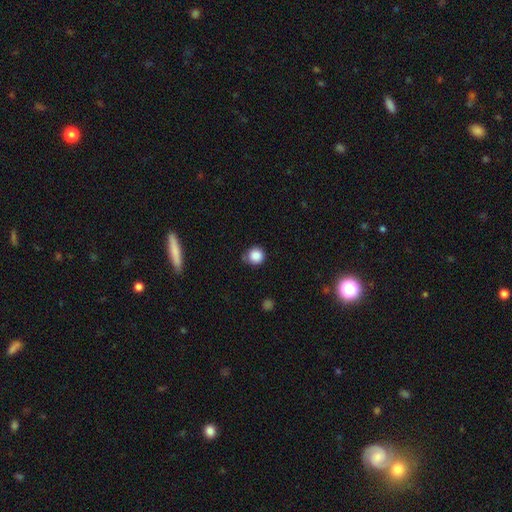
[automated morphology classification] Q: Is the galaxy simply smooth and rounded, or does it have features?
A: smooth — 86%.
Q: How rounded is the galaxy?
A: round — 92%.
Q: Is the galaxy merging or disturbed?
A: none — 73%.